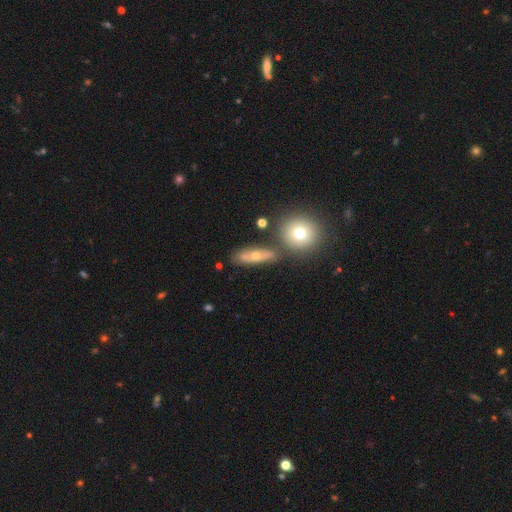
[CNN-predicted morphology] A smooth galaxy with no disk features (50%). Merging: none (73%).